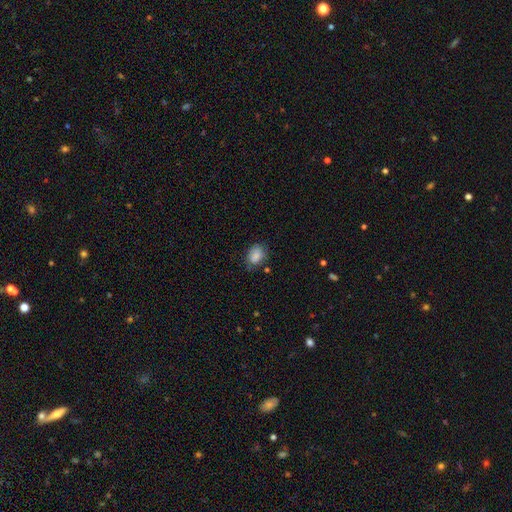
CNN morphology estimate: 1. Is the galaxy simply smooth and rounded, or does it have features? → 81% smooth, 11% featured or disk, 8% star or artifact.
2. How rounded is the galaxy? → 75% in between, 23% round, 1% cigar-shaped.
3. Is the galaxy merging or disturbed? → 67% none, 24% minor disturbance, 7% major disturbance, 2% merger.